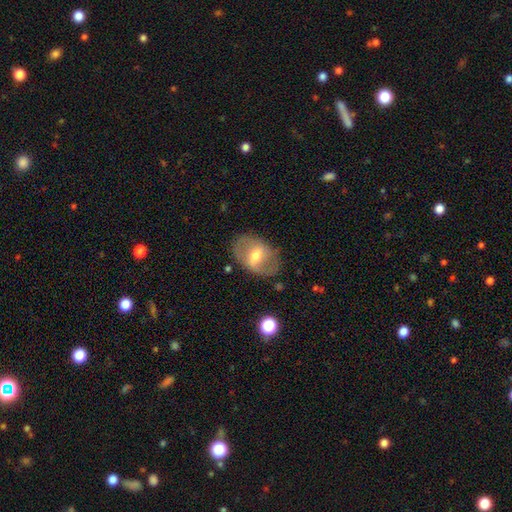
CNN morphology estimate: Q: Smooth or featured?
A: featured or disk (58%); runner-up: smooth (34%)
Q: Edge-on disk?
A: no (92%); runner-up: yes (8%)
Q: Bar?
A: weak (45%); runner-up: strong (40%)
Q: Spiral arms?
A: no (52%); runner-up: yes (48%)
Q: Bulge size?
A: moderate (64%); runner-up: small (26%)
Q: Merging?
A: none (73%); runner-up: minor disturbance (17%)